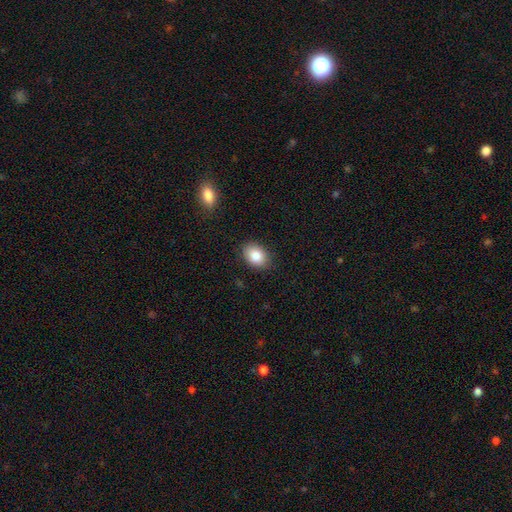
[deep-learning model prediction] Q: Smooth or featured?
A: smooth (86%); runner-up: star or artifact (8%)
Q: How rounded?
A: in between (78%); runner-up: round (21%)
Q: Merging?
A: none (87%); runner-up: minor disturbance (10%)